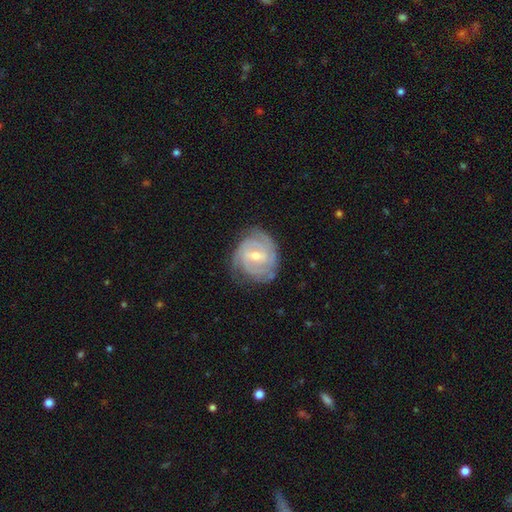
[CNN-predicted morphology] Smooth or featured?
  - featured or disk: 84% *
  - smooth: 11%
  - star or artifact: 5%
Edge-on disk?
  - no: 97% *
  - yes: 3%
Bar?
  - weak: 58% *
  - no: 23%
  - strong: 18%
Spiral arms?
  - yes: 95% *
  - no: 5%
Spiral winding?
  - tight: 69% *
  - medium: 26%
  - loose: 5%
Spiral arm count?
  - can't tell: 29% *
  - 2: 28%
  - 3: 26%
  - 4: 9%
  - 1: 4%
  - more than 4: 4%
Bulge size?
  - moderate: 51% *
  - small: 46%
  - large: 2%
  - none: 1%
  - dominant: 1%
Merging?
  - none: 71% *
  - minor disturbance: 20%
  - major disturbance: 7%
  - merger: 1%